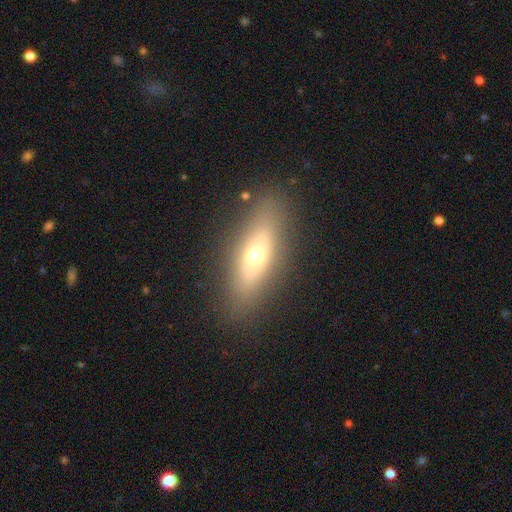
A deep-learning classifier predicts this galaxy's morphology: smooth_or_featured: smooth (p=0.53) [alt: featured or disk p=0.38]
how_rounded: cigar-shaped (p=0.50) [alt: in between p=0.46]
merging: none (p=0.87) [alt: minor disturbance p=0.09]